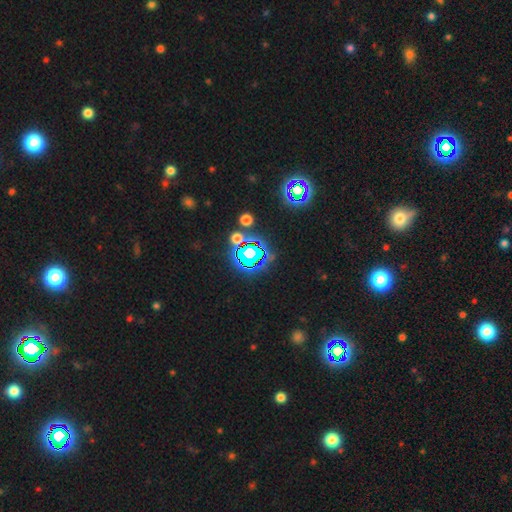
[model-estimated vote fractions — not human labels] A star or artifact, not a galaxy (81%).